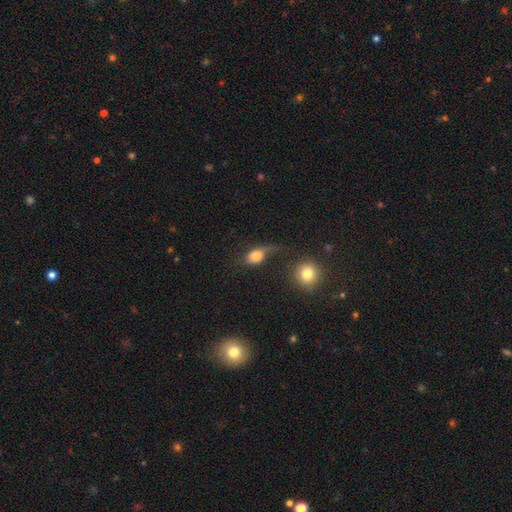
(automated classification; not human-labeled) The model was most divided on "merging": major disturbance: 40%, none: 26%, minor disturbance: 21%, merger: 14%. More confident: smooth or featured — smooth (74%); how rounded — in between (58%).